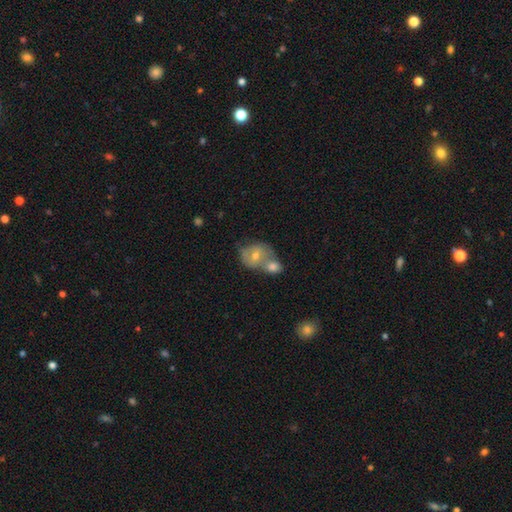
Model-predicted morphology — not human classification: Smooth or featured? Predicted: featured or disk (p=0.47). Merging? Predicted: merger (p=0.51).